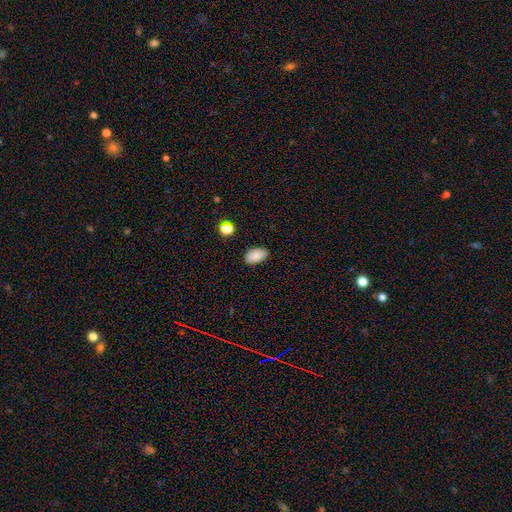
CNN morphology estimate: A smooth galaxy with no disk features (88%) that is in between round and cigar-shaped (93%). Merging: none (86%).